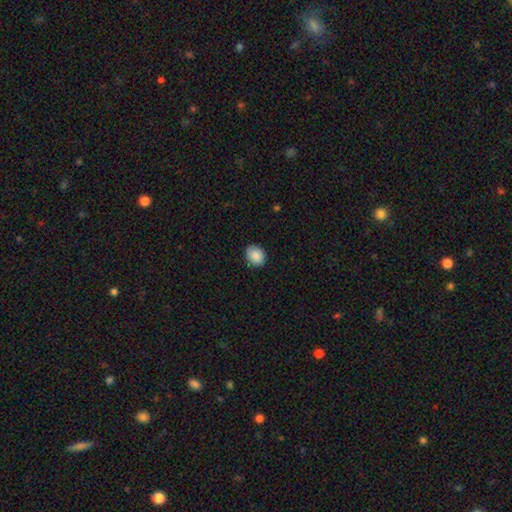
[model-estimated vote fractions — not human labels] smooth 88%, star or artifact 8%, featured or disk 4%. Down the decision tree: how rounded — round (60%); merging — none (86%).